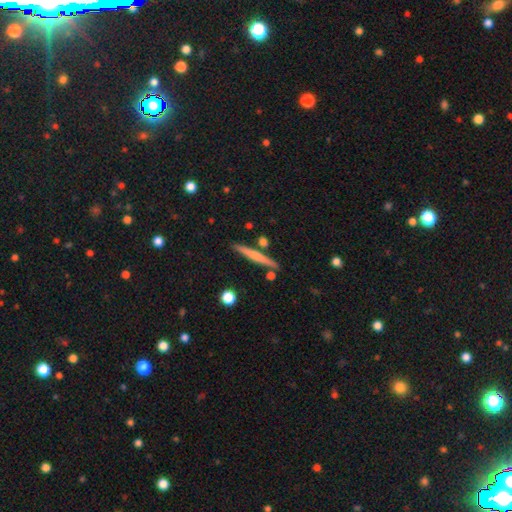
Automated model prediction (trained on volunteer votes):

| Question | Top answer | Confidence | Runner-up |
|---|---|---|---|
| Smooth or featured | smooth | 53% | featured or disk (41%) |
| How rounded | cigar-shaped | 95% | in between (3%) |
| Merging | none | 84% | minor disturbance (8%) |